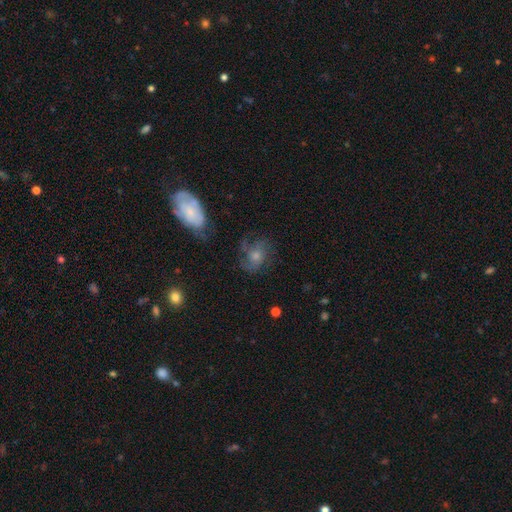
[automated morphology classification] A featured or disk galaxy (67%) with no bar (73%), 3 (28%, tied with can't tell) medium (45%) spiral arms (90%) and a moderate central bulge (51%).

Vote fractions:
- Smooth or featured? featured or disk: 67% / smooth: 20% / star or artifact: 13%
- Edge-on disk? no: 96% / yes: 4%
- Bar? no: 73% / weak: 23% / strong: 4%
- Spiral arms? yes: 90% / no: 10%
- Spiral winding? medium: 45% / tight: 39% / loose: 17%
- Spiral arm count? 3: 28% (tied) / can't tell: 28% (tied) / 2: 27% / 4: 7% / 1: 5% / more than 4: 5%
- Bulge size? moderate: 51% / small: 37% / large: 7% / none: 4% / dominant: 2%
- Merging? none: 65% / minor disturbance: 19% / major disturbance: 13% / merger: 3%